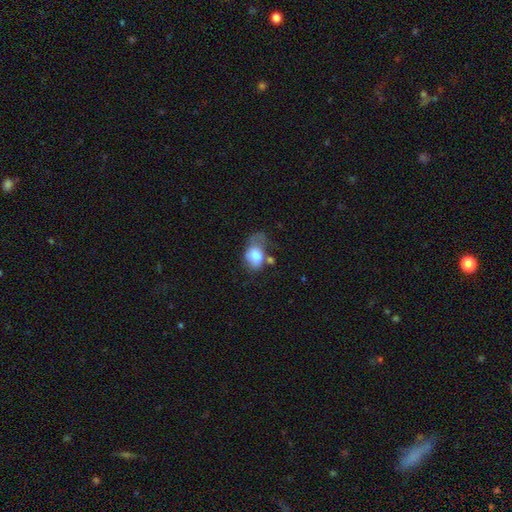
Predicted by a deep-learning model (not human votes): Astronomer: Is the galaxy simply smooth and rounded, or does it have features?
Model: smooth — 70%.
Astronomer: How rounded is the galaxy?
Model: in between — 78%.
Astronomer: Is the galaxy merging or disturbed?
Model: major disturbance — 36% (runner-up: minor disturbance, 27%).